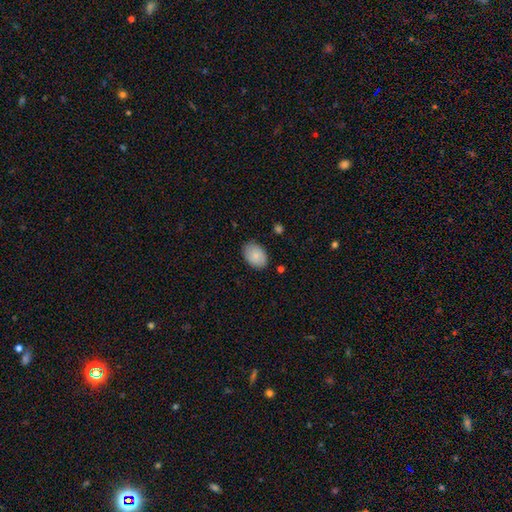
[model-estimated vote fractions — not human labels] Overall: smooth (83%). How rounded: in between (83%). Merging: none (82%).